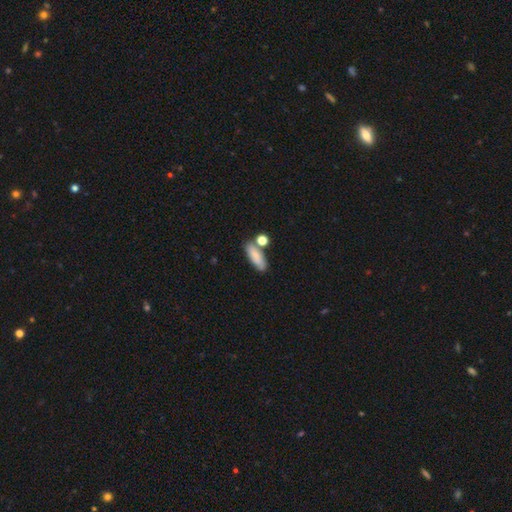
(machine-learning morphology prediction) This appears to be a smooth galaxy with no disk features (79%) that is in between round and cigar-shaped (66%). Merging: none (63%).